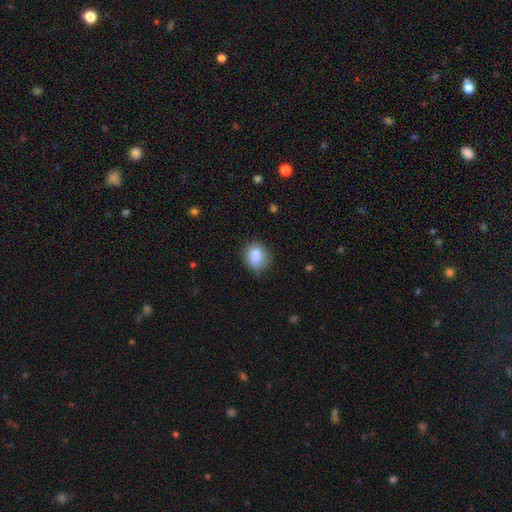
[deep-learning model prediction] Q: Smooth or featured?
A: smooth (84%); runner-up: star or artifact (8%)
Q: How rounded?
A: round (54%); runner-up: in between (45%)
Q: Merging?
A: none (71%); runner-up: minor disturbance (21%)